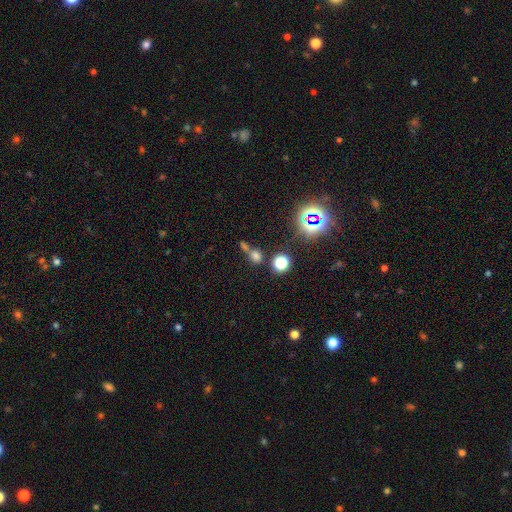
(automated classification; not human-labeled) Overall: smooth (61%; star or artifact 30%). How rounded: round (70%). Merging: none (47%; merger 37%).